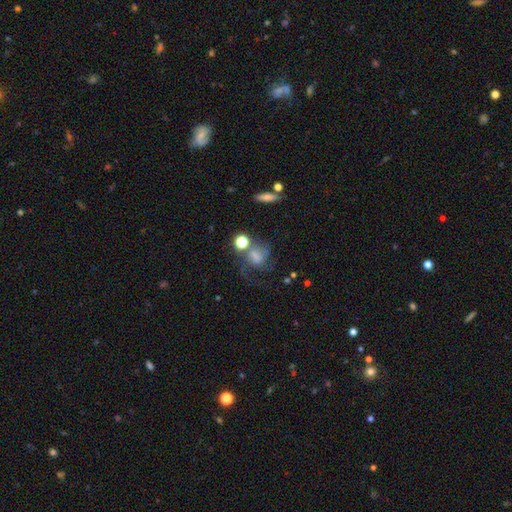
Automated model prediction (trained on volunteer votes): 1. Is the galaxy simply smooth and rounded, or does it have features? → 44% smooth, 42% featured or disk, 14% star or artifact.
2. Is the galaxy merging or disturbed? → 35% none, 32% major disturbance, 18% minor disturbance, 14% merger.